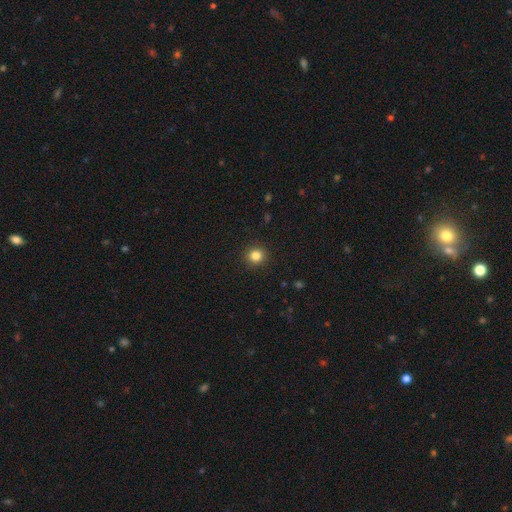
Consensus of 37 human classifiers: A smooth galaxy with no disk features (86%) that is round (100%). Merging: none (86%).